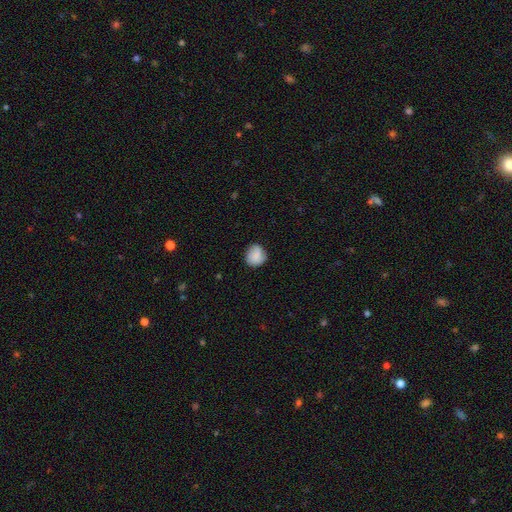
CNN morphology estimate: smooth-or-featured: smooth: 73% | featured or disk: 19% | star or artifact: 8%
  how-rounded: round: 75% | in between: 24% | cigar-shaped: 1%
  merging: none: 74% | minor disturbance: 20% | major disturbance: 5% | merger: 1%